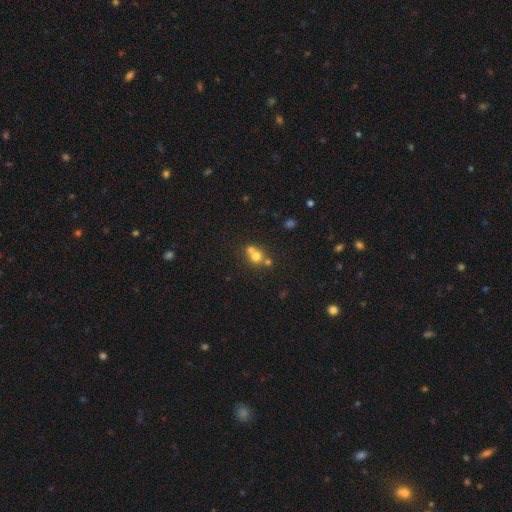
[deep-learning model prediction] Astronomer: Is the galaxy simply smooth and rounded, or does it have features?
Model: smooth — 68%.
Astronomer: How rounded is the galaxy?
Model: round — 82%.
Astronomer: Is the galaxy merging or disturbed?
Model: merger — 54% (runner-up: none, 38%).